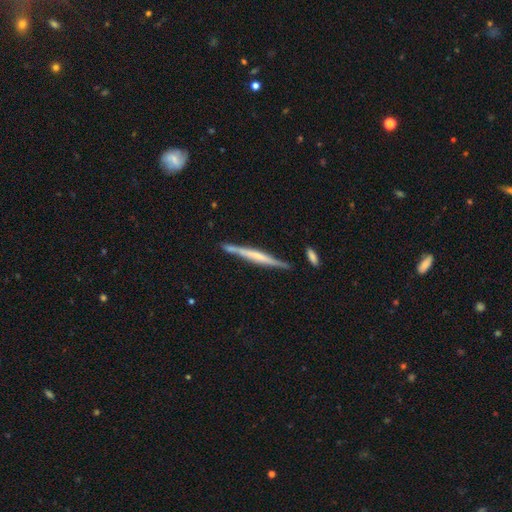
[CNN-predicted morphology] A featured or disk galaxy (65%) viewed edge-on (97%) with no central bulge (45%). Merging: none (80%).